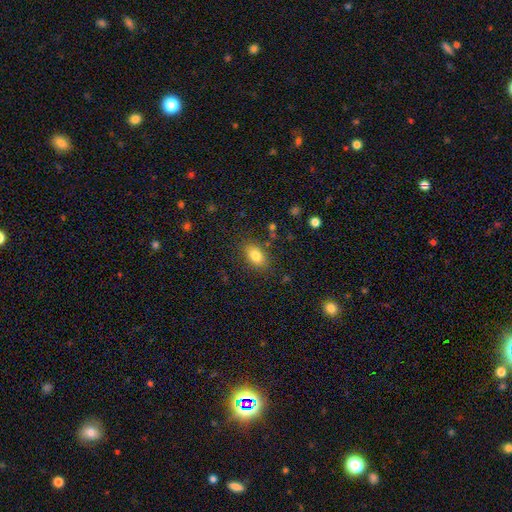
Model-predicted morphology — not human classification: This is clearly a smooth galaxy (81%). How rounded: clearly in between (85%). Merging: clearly none (84%).